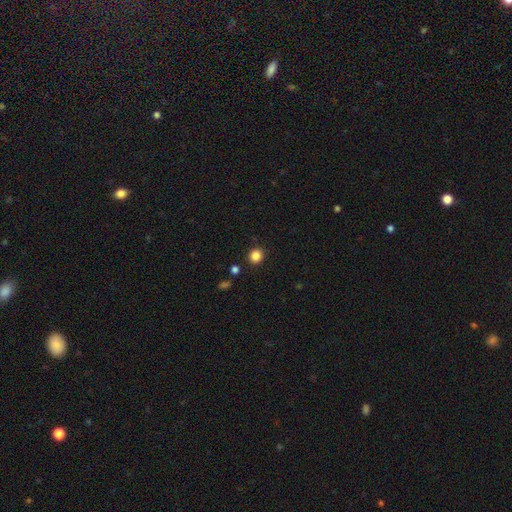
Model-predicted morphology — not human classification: smooth-or-featured: smooth: 85% | star or artifact: 12% | featured or disk: 3%
  how-rounded: round: 88% | in between: 11% | cigar-shaped: 1%
  merging: none: 90% | minor disturbance: 6% | merger: 2% | major disturbance: 2%